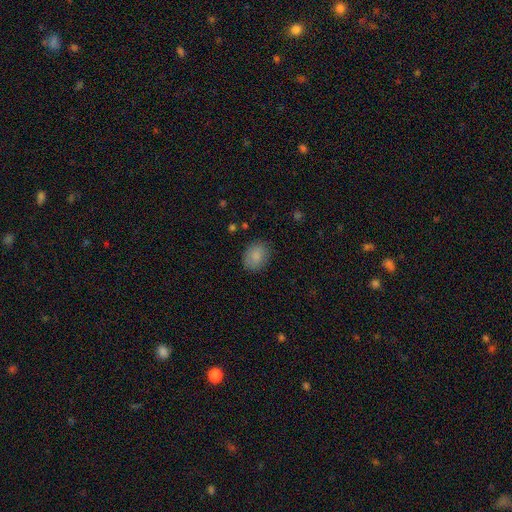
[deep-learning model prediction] Smooth or featured? smooth (84%)
How rounded? in between (58%)
Merging? none (82%)